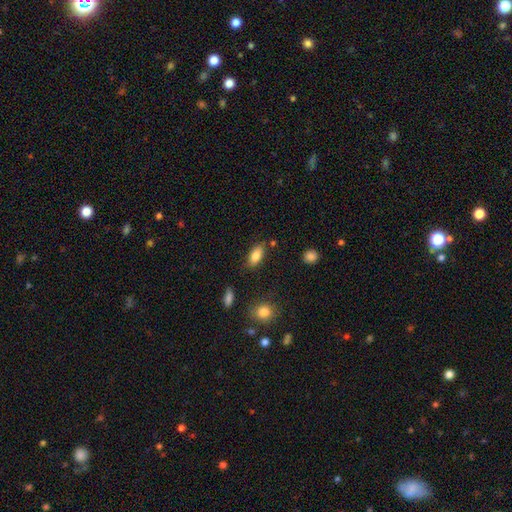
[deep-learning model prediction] Smooth or featured? Predicted: smooth (p=0.81). How rounded? Predicted: in between (p=0.86). Merging? Predicted: none (p=0.79).